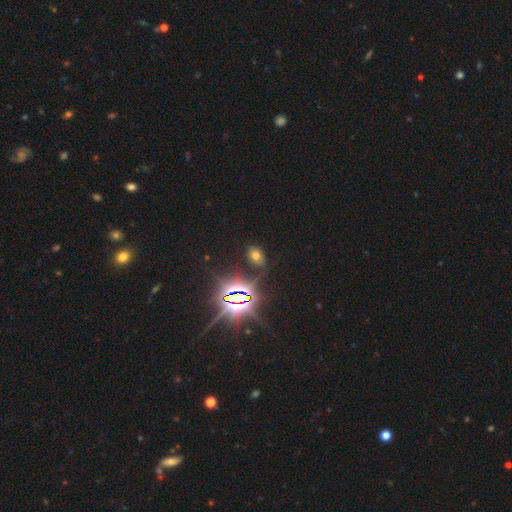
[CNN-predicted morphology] Smooth or featured: smooth — 48% (star or artifact — 42%)
Merging: none — 79% (minor disturbance — 13%)